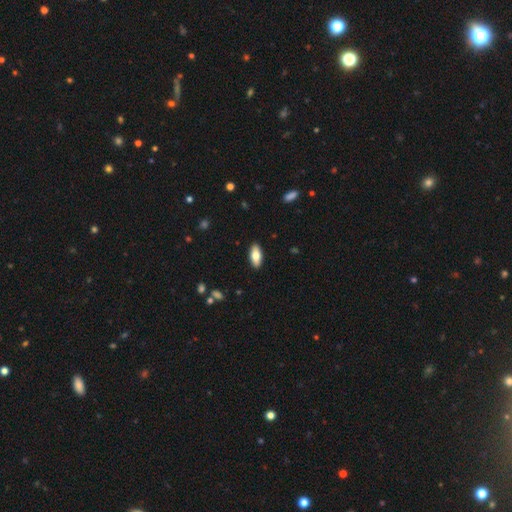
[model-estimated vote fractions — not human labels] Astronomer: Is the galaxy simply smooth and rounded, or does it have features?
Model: smooth — 77%.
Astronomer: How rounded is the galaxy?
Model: in between — 85%.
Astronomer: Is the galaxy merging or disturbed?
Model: none — 90%.